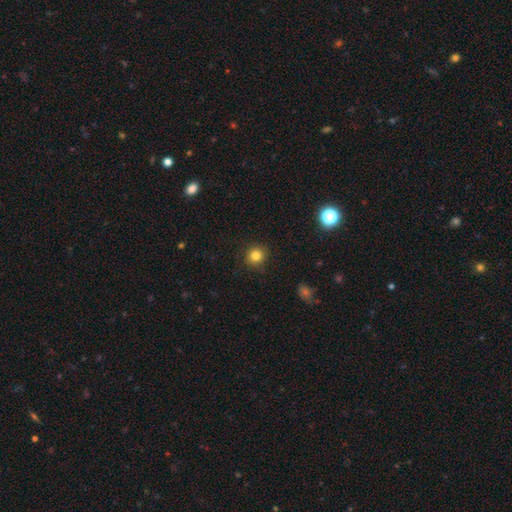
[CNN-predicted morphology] A smooth galaxy with no disk features (82%) that is round (88%).

Vote fractions:
- Smooth or featured? smooth: 82% / star or artifact: 12% / featured or disk: 6%
- How rounded? round: 88% / in between: 11% / cigar-shaped: 1%
- Merging? none: 90% / minor disturbance: 7% / major disturbance: 2% / merger: 1%